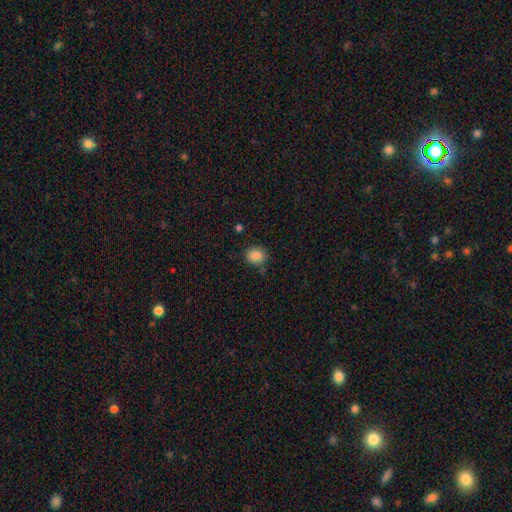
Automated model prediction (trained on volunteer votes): A smooth galaxy with no disk features (87%) that is round (66%).

Vote fractions:
- Smooth or featured? smooth: 87% / star or artifact: 9% / featured or disk: 4%
- How rounded? round: 66% / in between: 33% / cigar-shaped: 1%
- Merging? none: 80% / minor disturbance: 13% / merger: 4% / major disturbance: 3%